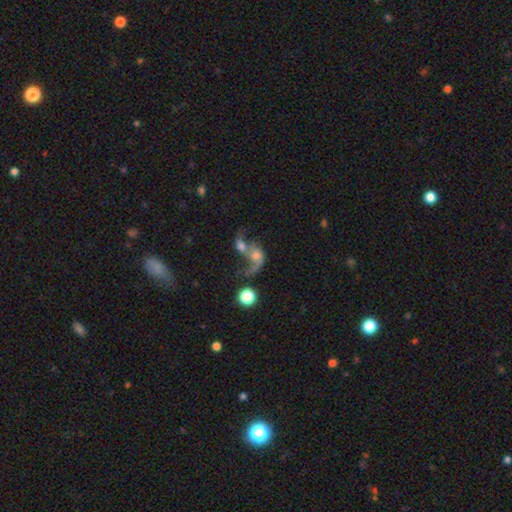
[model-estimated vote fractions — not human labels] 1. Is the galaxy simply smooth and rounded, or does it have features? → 55% featured or disk, 34% smooth, 12% star or artifact.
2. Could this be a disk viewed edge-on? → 96% no, 4% yes.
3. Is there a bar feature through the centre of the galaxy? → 74% no, 21% weak, 5% strong.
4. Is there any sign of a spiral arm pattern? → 69% yes, 31% no.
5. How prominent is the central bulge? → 43% moderate, 24% small, 16% large, 13% none, 4% dominant.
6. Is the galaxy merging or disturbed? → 70% merger, 14% major disturbance, 11% none, 5% minor disturbance.